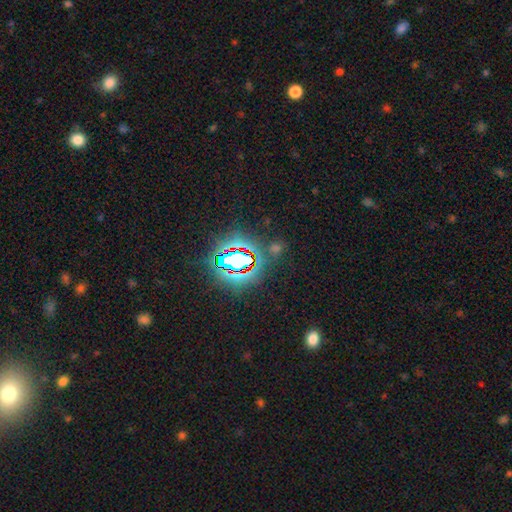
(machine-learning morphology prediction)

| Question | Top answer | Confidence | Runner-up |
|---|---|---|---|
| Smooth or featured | star or artifact | 84% | smooth (10%) |